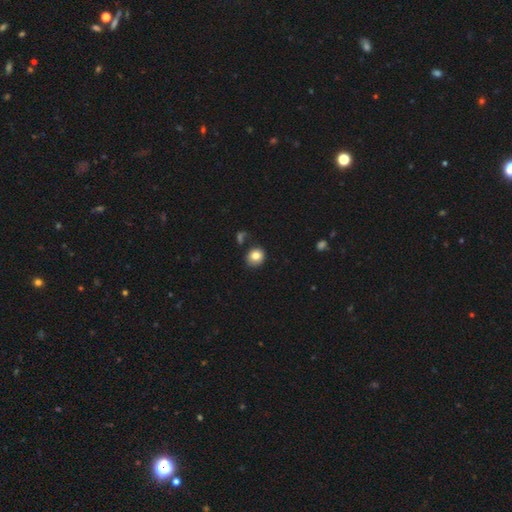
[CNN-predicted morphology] smooth_or_featured: smooth (p=0.80) [alt: star or artifact p=0.10]
how_rounded: round (p=0.75) [alt: in between p=0.24]
merging: none (p=0.73) [alt: minor disturbance p=0.16]